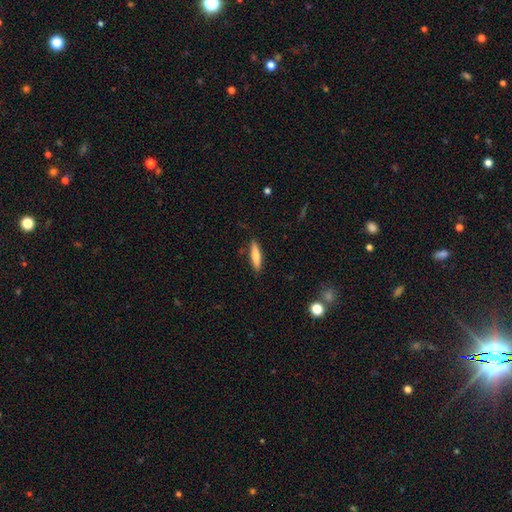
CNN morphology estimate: type=smooth (69%); roundness=cigar-shaped (79%); merging=none (87%).